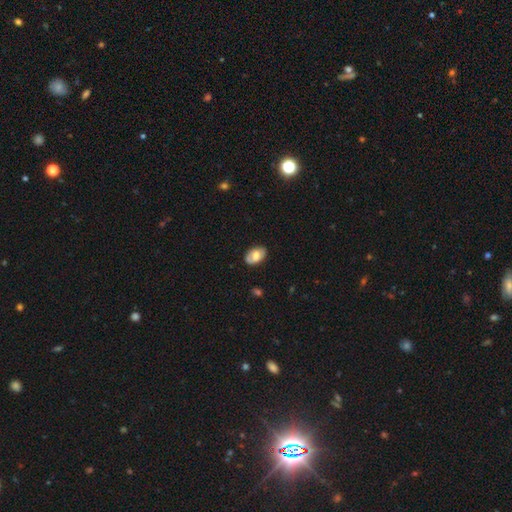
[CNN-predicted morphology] The model was most divided on "smooth or featured": smooth: 65%, featured or disk: 28%, star or artifact: 7%. More confident: how rounded — in between (90%); merging — none (79%).